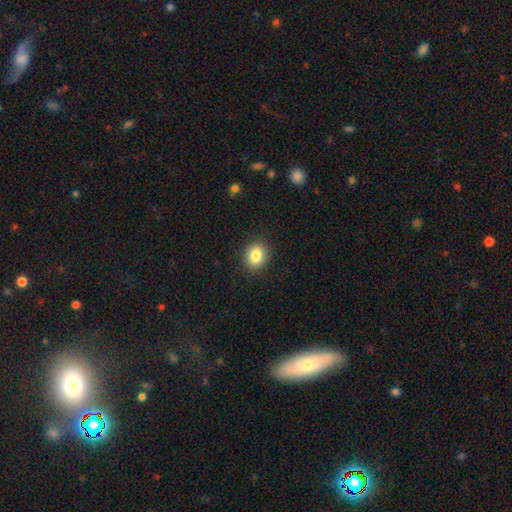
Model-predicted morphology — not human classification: This appears to be a smooth galaxy with no disk features (84%) that is round (64%). Merging: none (90%).